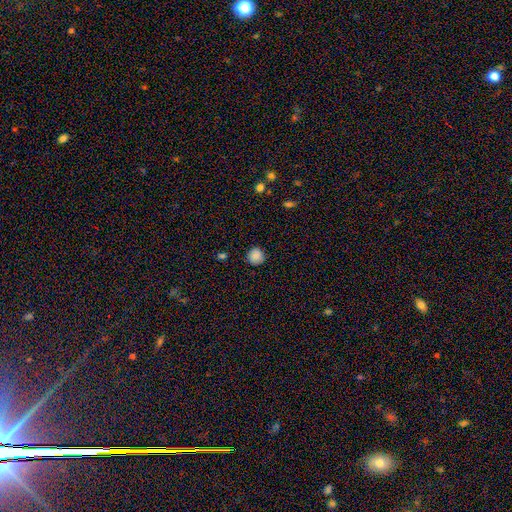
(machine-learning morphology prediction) Smooth or featured? Predicted: smooth (p=0.86). How rounded? Predicted: round (p=0.93). Merging? Predicted: none (p=0.87).